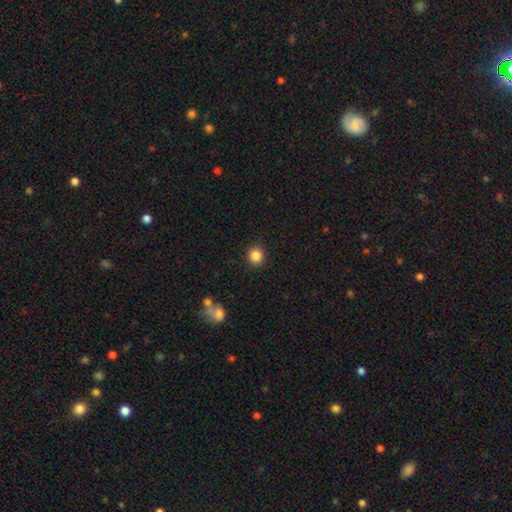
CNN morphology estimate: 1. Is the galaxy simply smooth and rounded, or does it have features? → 86% smooth, 10% star or artifact, 4% featured or disk.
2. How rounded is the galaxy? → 87% round, 12% in between, 1% cigar-shaped.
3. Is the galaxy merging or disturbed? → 91% none, 6% minor disturbance, 2% major disturbance, 1% merger.